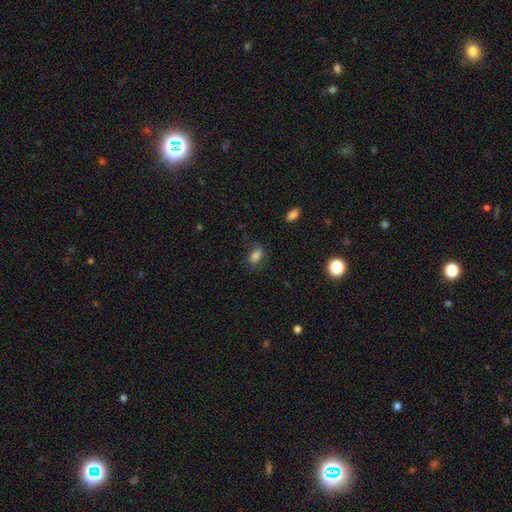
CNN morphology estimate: type=smooth (77%); roundness=in between (84%); merging=none (60%).